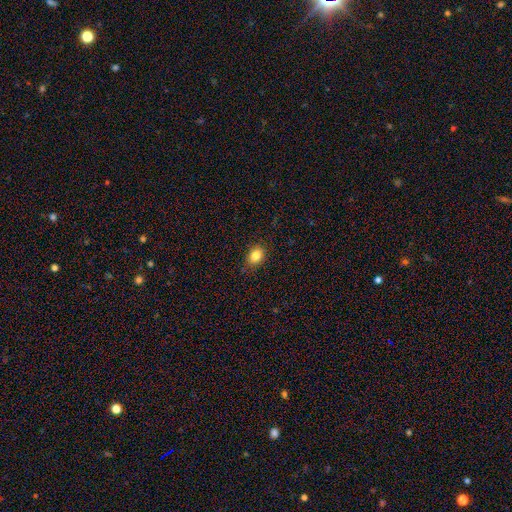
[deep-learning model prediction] Overall: smooth (84%). How rounded: in between (66%; round 33%). Merging: none (86%).